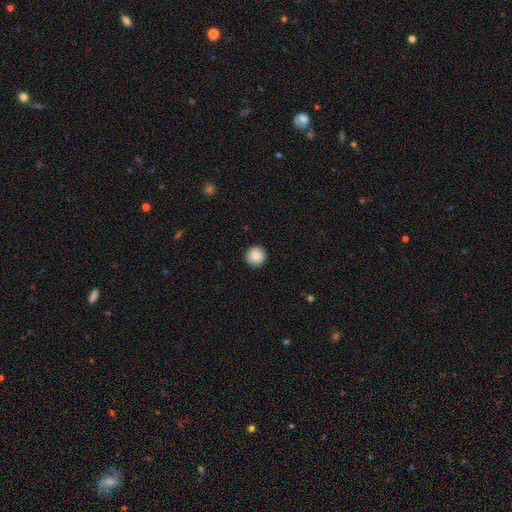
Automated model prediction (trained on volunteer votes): Smooth or featured? smooth (89%)
How rounded? round (96%)
Merging? none (92%)